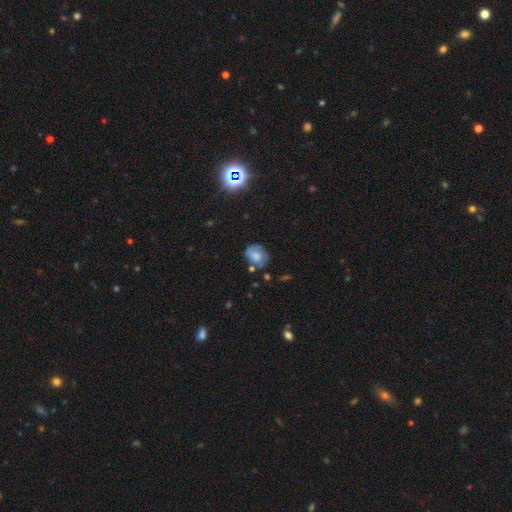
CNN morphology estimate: Smooth or featured?
  - smooth: 55% *
  - featured or disk: 33%
  - star or artifact: 11%
How rounded?
  - round: 51% *
  - in between: 48%
  - cigar-shaped: 1%
Merging?
  - none: 58% *
  - minor disturbance: 26%
  - major disturbance: 10%
  - merger: 6%